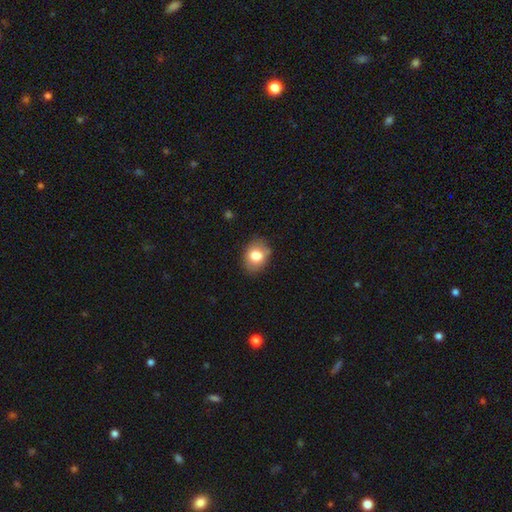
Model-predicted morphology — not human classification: Smooth or featured?
  - smooth: 78% *
  - featured or disk: 13%
  - star or artifact: 9%
How rounded?
  - in between: 57% *
  - round: 42%
  - cigar-shaped: 1%
Merging?
  - none: 76% *
  - minor disturbance: 17%
  - major disturbance: 4%
  - merger: 2%